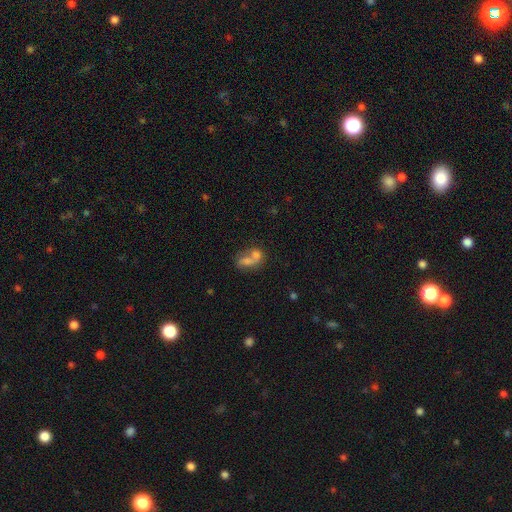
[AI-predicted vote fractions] This is likely a smooth galaxy (65%). How rounded: likely in between (73%). Merging: likely merger (63%).